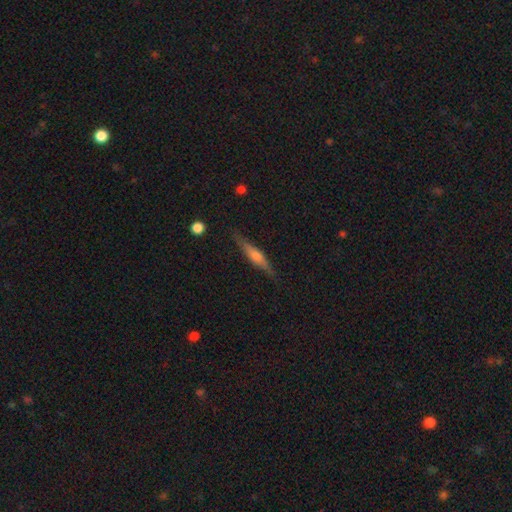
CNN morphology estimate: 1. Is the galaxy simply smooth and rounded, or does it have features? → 58% featured or disk, 36% smooth, 6% star or artifact.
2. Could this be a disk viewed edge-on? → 95% yes, 5% no.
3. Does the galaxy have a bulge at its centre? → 69% rounded, 19% boxy, 12% none.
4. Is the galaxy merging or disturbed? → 84% none, 12% minor disturbance, 3% major disturbance, 1% merger.